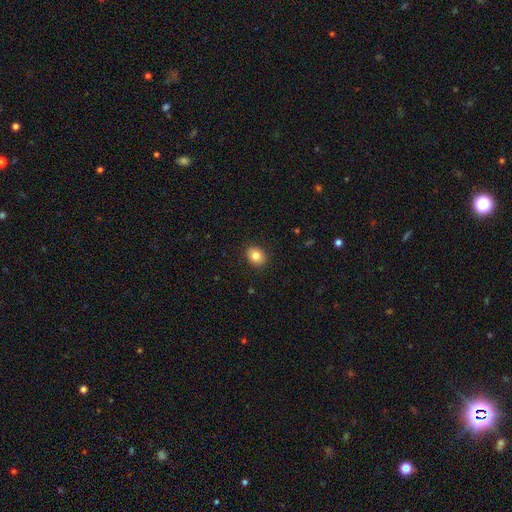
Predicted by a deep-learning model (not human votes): Morphology: type=smooth (84%); roundness=round (51%); merging=none (90%).